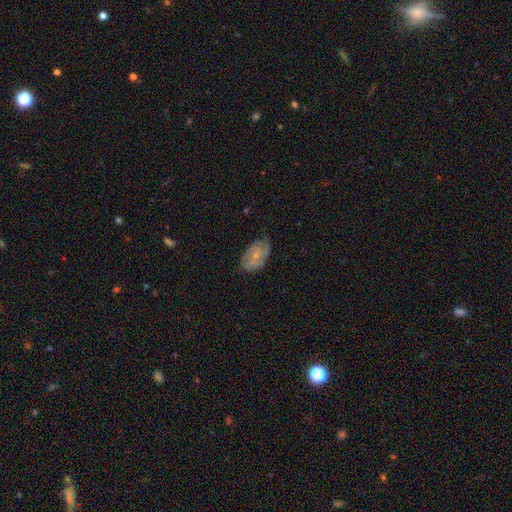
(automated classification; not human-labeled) Smooth or featured? featured or disk (55%)
Edge-on disk? no (95%)
Bar? no (62%)
Spiral arms? yes (77%)
Bulge size? small (64%)
Merging? none (68%)